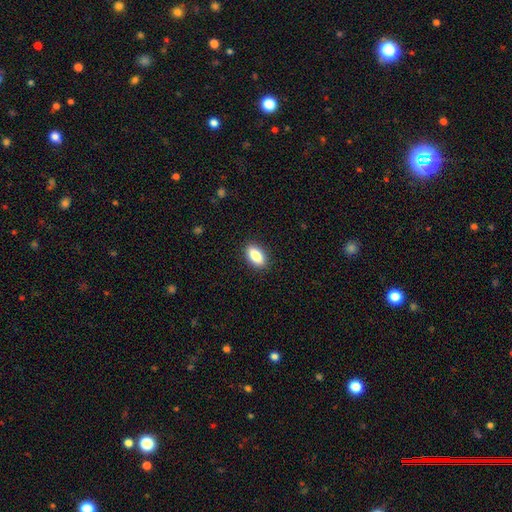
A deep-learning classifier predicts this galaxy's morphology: smooth 85%, featured or disk 8%, star or artifact 7%. Down the decision tree: how rounded — in between (90%); merging — none (89%).